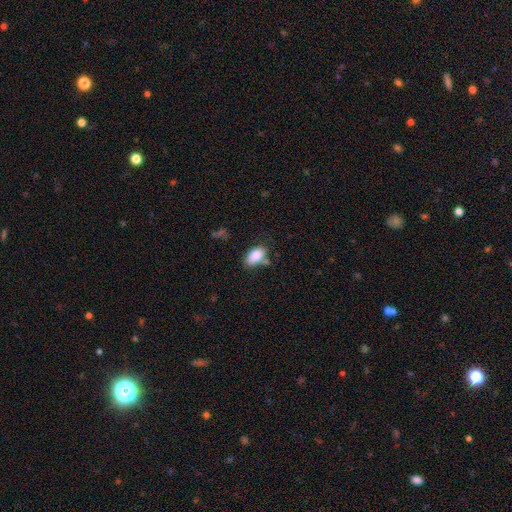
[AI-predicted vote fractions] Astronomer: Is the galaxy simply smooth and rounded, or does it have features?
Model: smooth — 87%.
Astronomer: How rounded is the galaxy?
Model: in between — 92%.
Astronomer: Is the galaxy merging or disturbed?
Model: none — 63%.